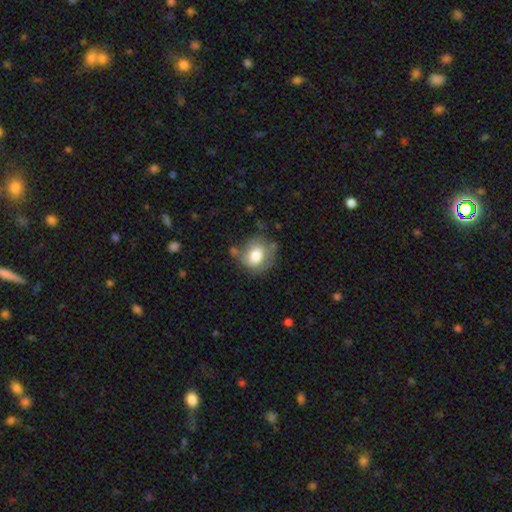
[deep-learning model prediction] smooth_or_featured: smooth (p=0.70) [alt: featured or disk p=0.22]
how_rounded: round (p=0.68) [alt: in between p=0.31]
merging: none (p=0.55) [alt: minor disturbance p=0.27]